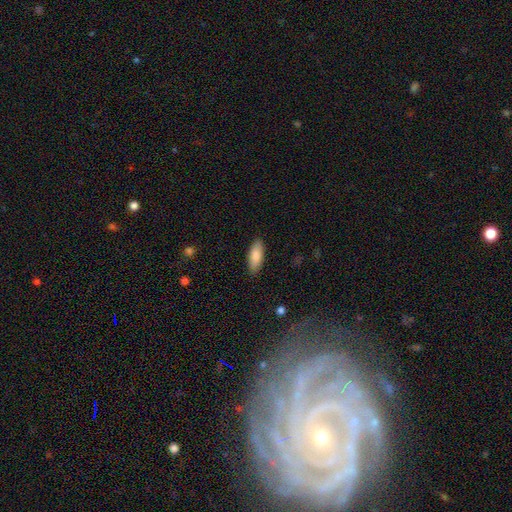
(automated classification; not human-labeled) Overall: smooth (86%). How rounded: in between (72%). Merging: none (88%).